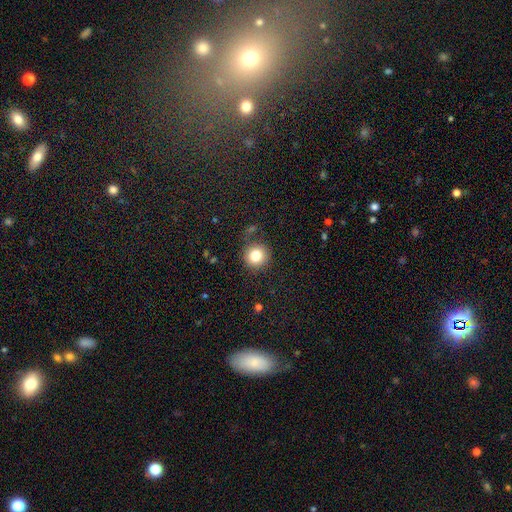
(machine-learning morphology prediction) Smooth or featured?
  - smooth: 80% *
  - star or artifact: 12%
  - featured or disk: 8%
How rounded?
  - round: 93% *
  - in between: 6%
  - cigar-shaped: 1%
Merging?
  - none: 84% *
  - minor disturbance: 9%
  - major disturbance: 4%
  - merger: 3%